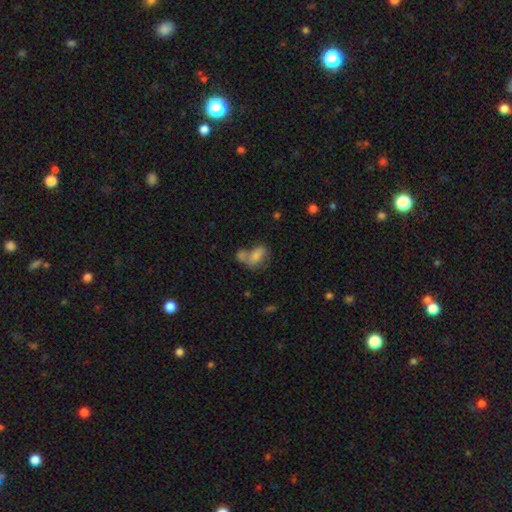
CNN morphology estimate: This is likely a smooth galaxy (64%). How rounded: clearly in between (81%). Merging: possibly merger (47%).